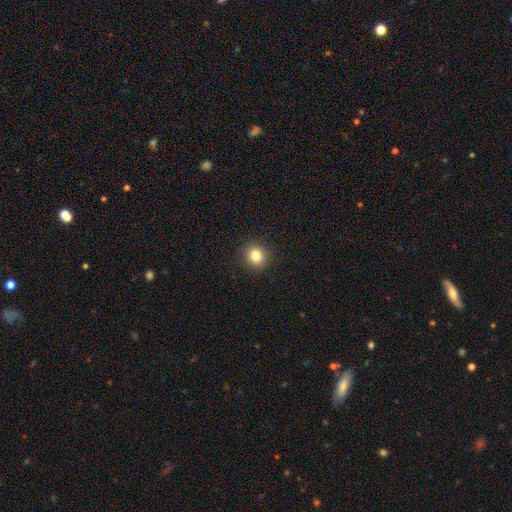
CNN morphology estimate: type=smooth (82%); roundness=round (90%); merging=none (92%).